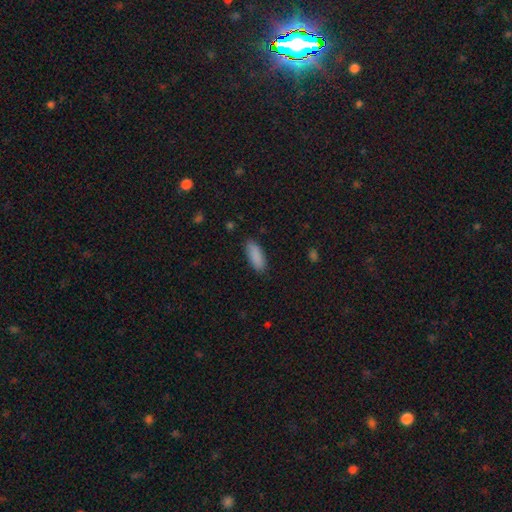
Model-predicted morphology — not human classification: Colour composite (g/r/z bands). It shows a smooth galaxy with no disk features (89%) that is in between round and cigar-shaped (72%). Merging: none (86%).